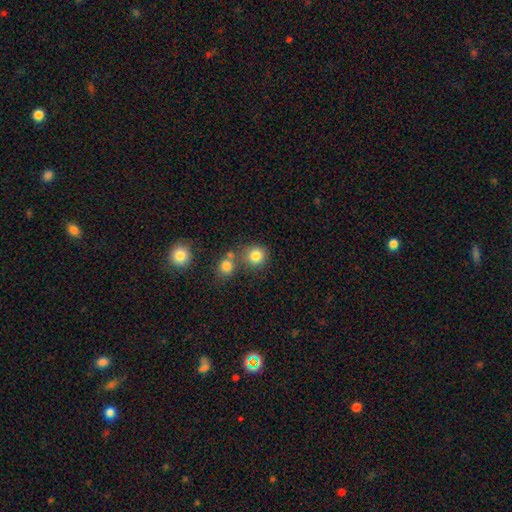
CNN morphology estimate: This is clearly a smooth galaxy (82%). How rounded: clearly round (87%). Merging: likely none (65%).